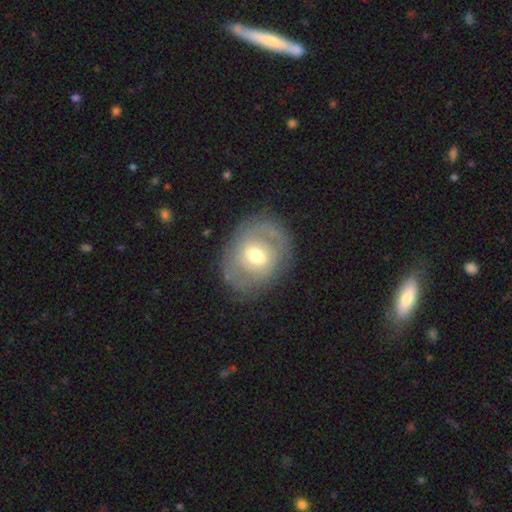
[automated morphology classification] featured or disk 61%, smooth 33%, star or artifact 7%. Down the decision tree: edge-on disk — no (95%); bar — weak (46%); spiral arms — yes (53%); bulge size — moderate (69%); merging — none (76%).